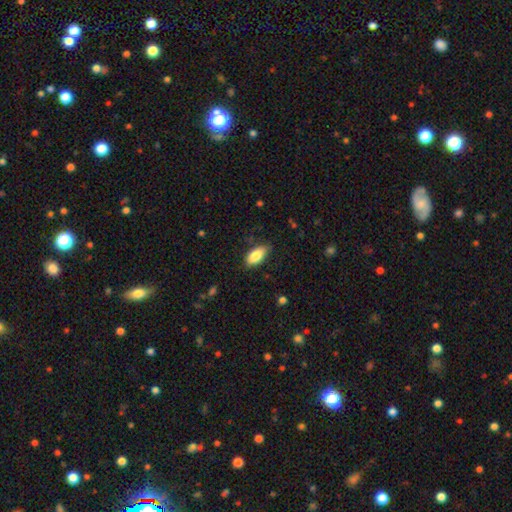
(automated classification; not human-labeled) Smooth or featured? Predicted: smooth (p=0.85). How rounded? Predicted: in between (p=0.90). Merging? Predicted: none (p=0.79).